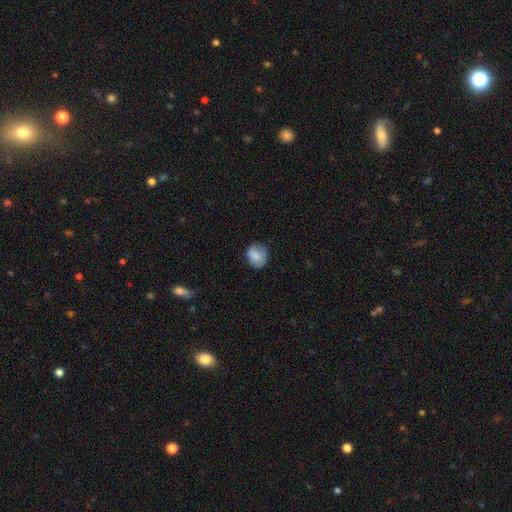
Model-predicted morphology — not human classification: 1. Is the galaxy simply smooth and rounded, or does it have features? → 81% smooth, 11% featured or disk, 8% star or artifact.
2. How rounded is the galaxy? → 71% round, 28% in between, 1% cigar-shaped.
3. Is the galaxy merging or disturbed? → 72% none, 21% minor disturbance, 6% major disturbance, 1% merger.